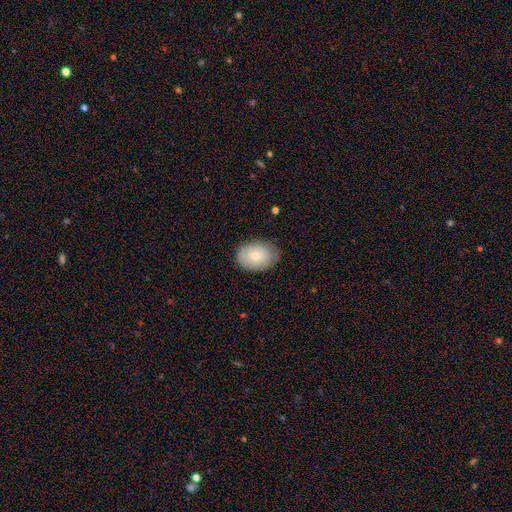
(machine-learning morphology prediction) smooth 74%, featured or disk 19%, star or artifact 7%. Down the decision tree: how rounded — in between (75%); merging — none (77%).